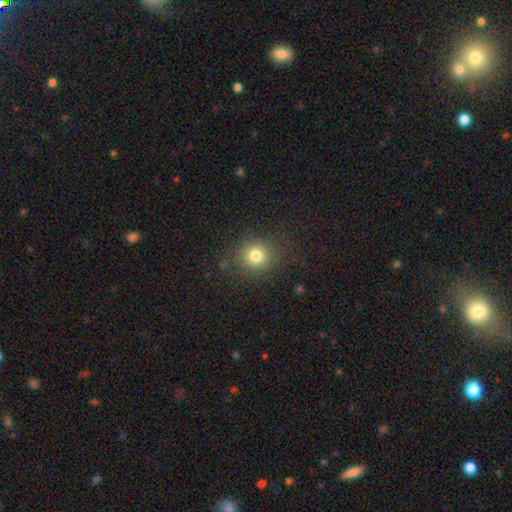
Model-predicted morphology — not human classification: This is likely a smooth galaxy (78%). How rounded: clearly round (87%). Merging: clearly none (83%).